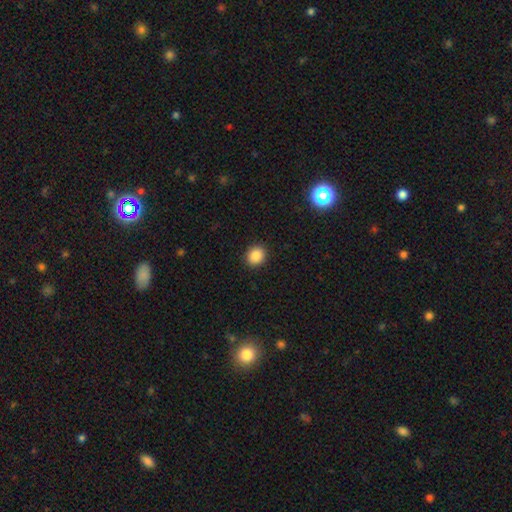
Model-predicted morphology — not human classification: A smooth galaxy with no disk features (87%) that is round (76%). Merging: none (92%).